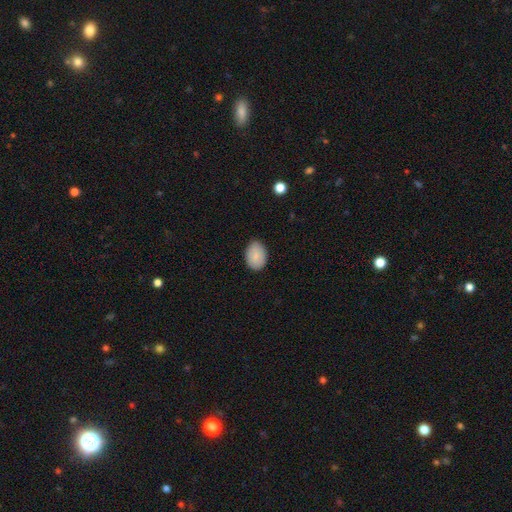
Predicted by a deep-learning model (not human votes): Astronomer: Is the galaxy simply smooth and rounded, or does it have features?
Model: smooth — 87%.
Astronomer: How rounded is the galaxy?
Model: in between — 84%.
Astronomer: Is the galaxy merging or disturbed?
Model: none — 85%.